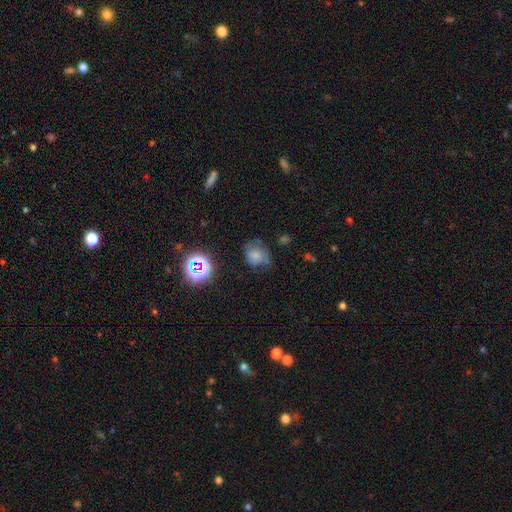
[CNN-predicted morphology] A smooth galaxy with no disk features (60%) that is round (65%).

Vote fractions:
- Smooth or featured? smooth: 60% / featured or disk: 22% / star or artifact: 18%
- How rounded? round: 65% / in between: 34% / cigar-shaped: 1%
- Merging? none: 49% / minor disturbance: 31% / major disturbance: 16% / merger: 3%